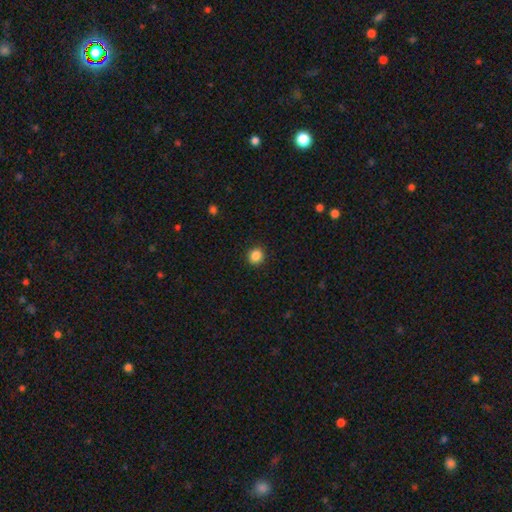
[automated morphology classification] smooth_or_featured: smooth (p=0.86) [alt: star or artifact p=0.11]
how_rounded: round (p=0.84) [alt: in between p=0.15]
merging: none (p=0.91) [alt: minor disturbance p=0.06]